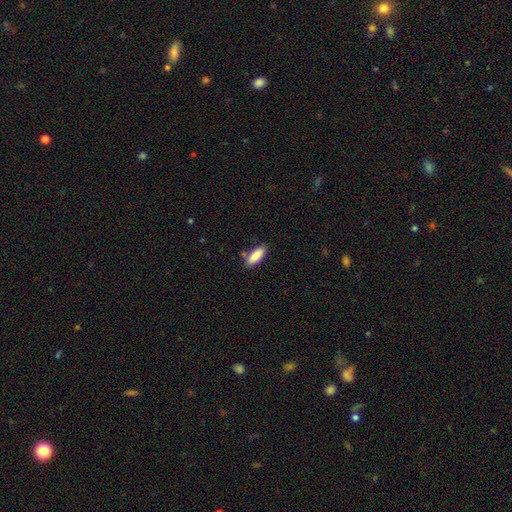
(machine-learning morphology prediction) A smooth galaxy with no disk features (87%) that is in between round and cigar-shaped (72%).

Vote fractions:
- Smooth or featured? smooth: 87% / star or artifact: 6% / featured or disk: 6%
- How rounded? in between: 72% / cigar-shaped: 26% / round: 2%
- Merging? none: 79% / minor disturbance: 14% / merger: 5% / major disturbance: 3%